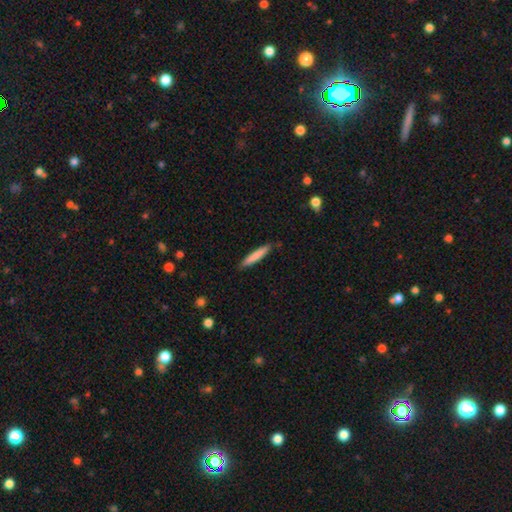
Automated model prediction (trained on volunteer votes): Smooth or featured: smooth — 80% (featured or disk — 15%)
How rounded: cigar-shaped — 93% (in between — 6%)
Merging: none — 86% (minor disturbance — 11%)